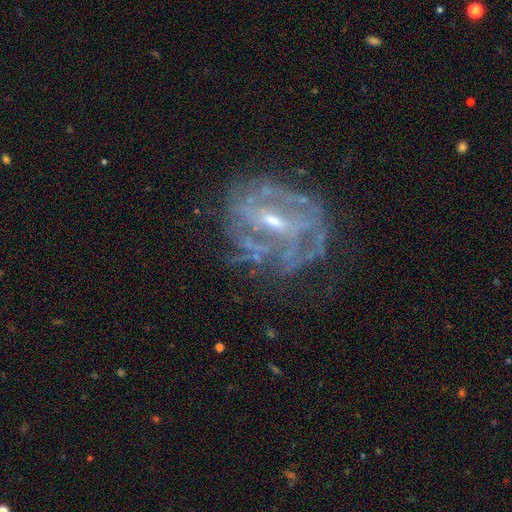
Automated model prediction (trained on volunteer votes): smooth_or_featured: featured or disk (p=0.81) [alt: star or artifact p=0.10]
disk_edge_on: no (p=0.96) [alt: yes p=0.04]
bar: weak (p=0.48) [alt: no p=0.29]
has_spiral_arms: yes (p=0.75) [alt: no p=0.25]
spiral_winding: tight (p=0.46) [alt: medium p=0.36]
spiral_arm_count: can't tell (p=0.46) [alt: 2 p=0.17]
bulge_size: small (p=0.59) [alt: moderate p=0.33]
merging: none (p=0.58) [alt: minor disturbance p=0.20]